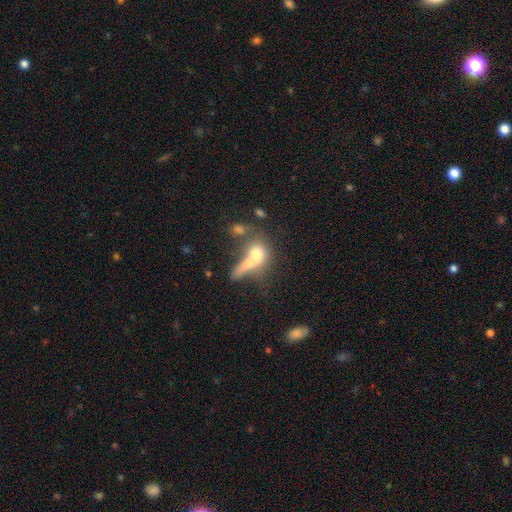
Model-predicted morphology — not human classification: Overall: smooth (65%; featured or disk 25%). How rounded: in between (45%; round 39%). Merging: merger (57%; none 21%).